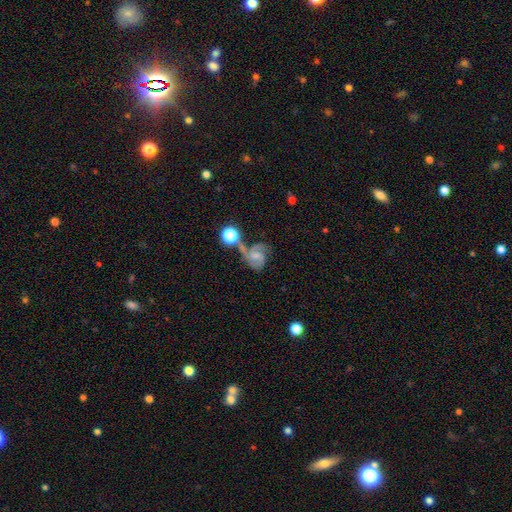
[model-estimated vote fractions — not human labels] The model was most divided on "merging": none: 36%, merger: 23%, major disturbance: 21%, minor disturbance: 20%. More confident: edge-on disk — no (98%); spiral arms — yes (94%); smooth or featured — featured or disk (74%); spiral arm count — 2 (71%); bar — no (54%); bulge size — small (51%); spiral winding — medium (50%).